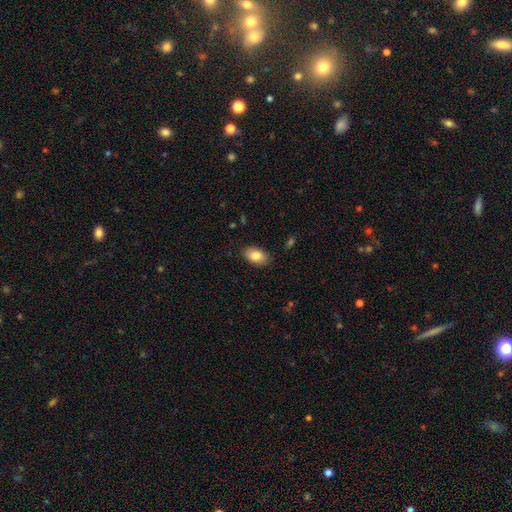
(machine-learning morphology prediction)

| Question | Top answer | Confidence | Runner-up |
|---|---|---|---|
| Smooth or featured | smooth | 82% | featured or disk (10%) |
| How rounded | in between | 91% | round (8%) |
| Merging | none | 86% | minor disturbance (11%) |